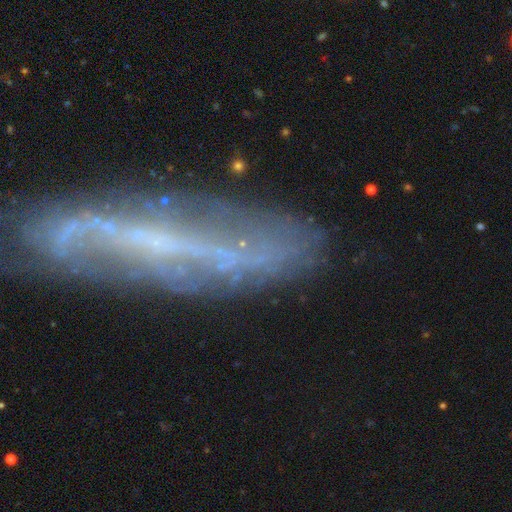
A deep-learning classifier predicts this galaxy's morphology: smooth-or-featured: featured or disk: 66% | smooth: 22% | star or artifact: 13%
  disk-edge-on: no: 51% | yes: 49%
  merging: none: 63% | minor disturbance: 19% | major disturbance: 13% | merger: 5%